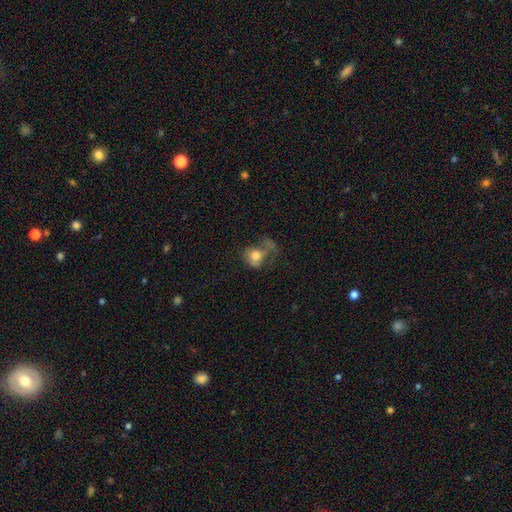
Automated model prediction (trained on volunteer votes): Overall: smooth (68%). How rounded: round (52%; in between 47%). Merging: major disturbance (43%; none 24%).